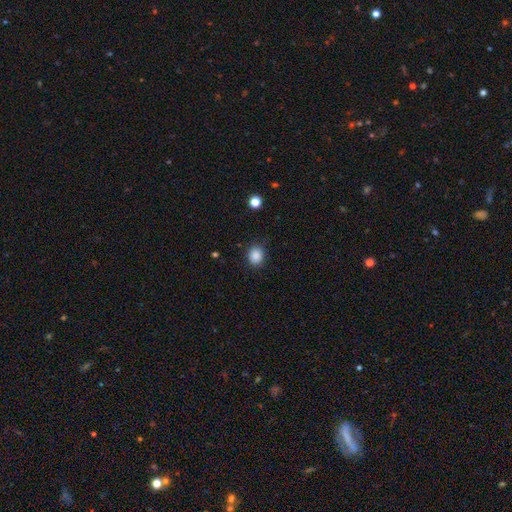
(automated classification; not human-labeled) Smooth or featured? Predicted: smooth (p=0.86). How rounded? Predicted: round (p=0.72). Merging? Predicted: none (p=0.84).